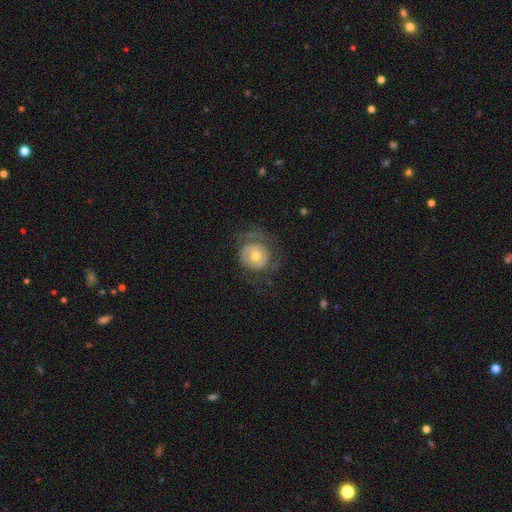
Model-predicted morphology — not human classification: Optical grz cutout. It shows a featured or disk galaxy (62%) with no bar (78%), spiral arms (72%) and a moderate central bulge (57%). Merging: none (56%).